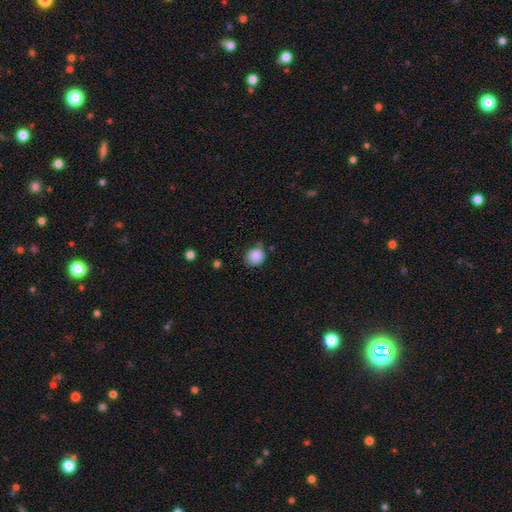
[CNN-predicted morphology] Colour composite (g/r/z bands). It shows a smooth galaxy with no disk features (87%) that is round (84%). Merging: none (71%).